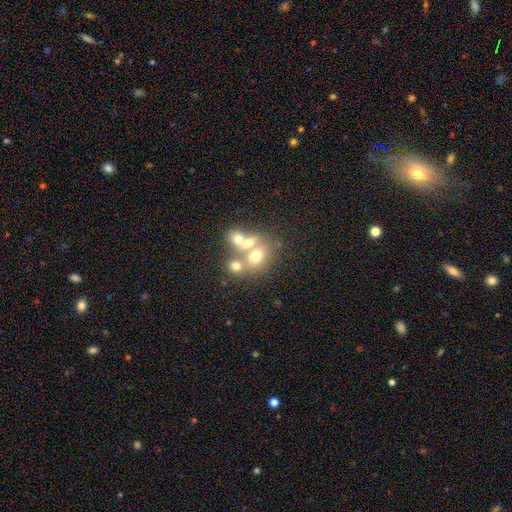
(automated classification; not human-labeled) Smooth or featured?
  - smooth: 60% *
  - featured or disk: 24%
  - star or artifact: 16%
How rounded?
  - round: 56% *
  - in between: 42%
  - cigar-shaped: 1%
Merging?
  - merger: 53% *
  - none: 33%
  - minor disturbance: 8%
  - major disturbance: 6%